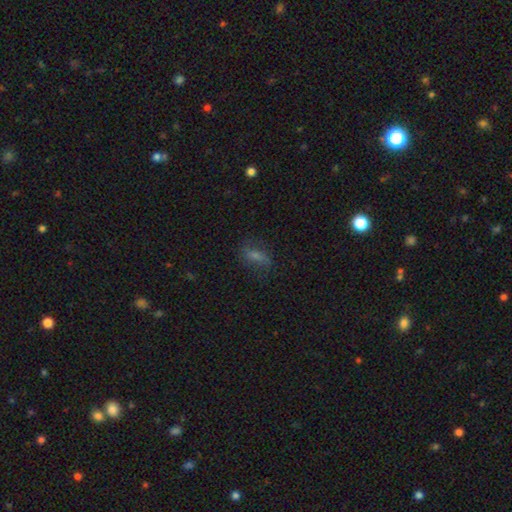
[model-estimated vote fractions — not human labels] smooth 58%, featured or disk 28%, star or artifact 14%. Down the decision tree: how rounded — in between (72%); merging — none (68%).